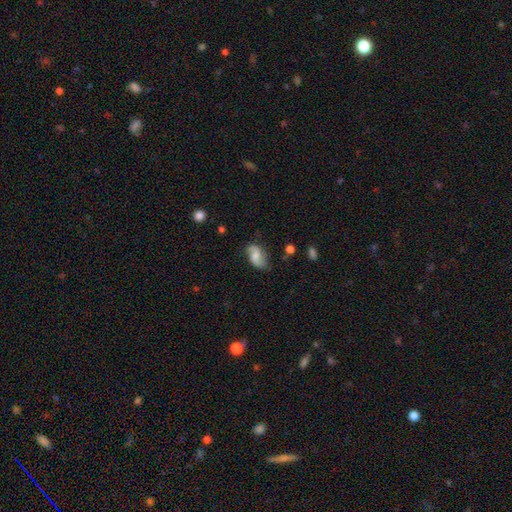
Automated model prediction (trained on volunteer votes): featured or disk 55%, smooth 37%, star or artifact 8%. Down the decision tree: edge-on disk — no (96%); bar — no (55%); spiral arms — yes (90%); bulge size — moderate (49%); merging — none (71%).